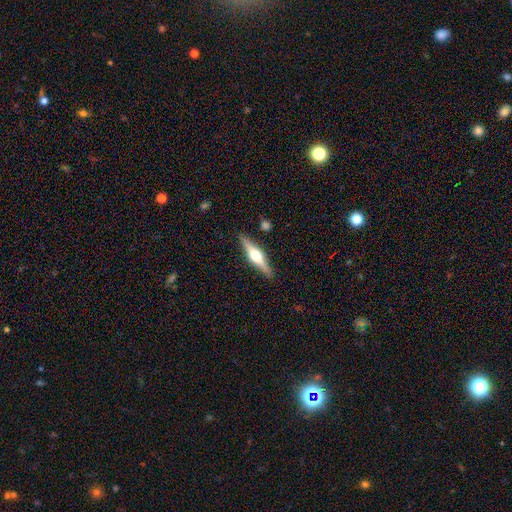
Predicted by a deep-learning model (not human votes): Smooth or featured?
  - featured or disk: 69% *
  - smooth: 26%
  - star or artifact: 5%
Edge-on disk?
  - yes: 97% *
  - no: 3%
Edge-on bulge?
  - rounded: 93% *
  - boxy: 5%
  - none: 2%
Merging?
  - none: 89% *
  - minor disturbance: 8%
  - major disturbance: 2%
  - merger: 2%